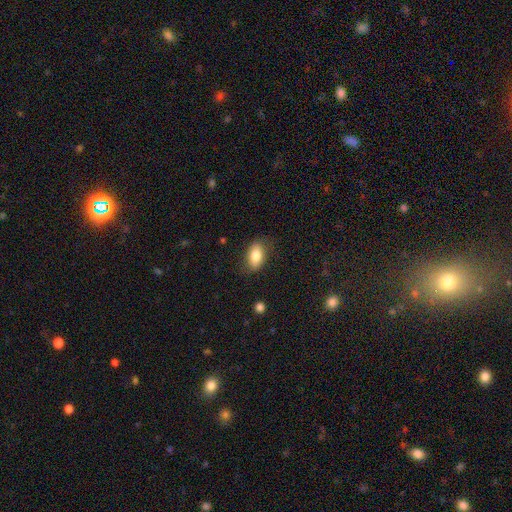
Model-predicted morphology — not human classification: Smooth or featured? Predicted: smooth (p=0.82). How rounded? Predicted: in between (p=0.90). Merging? Predicted: none (p=0.80).